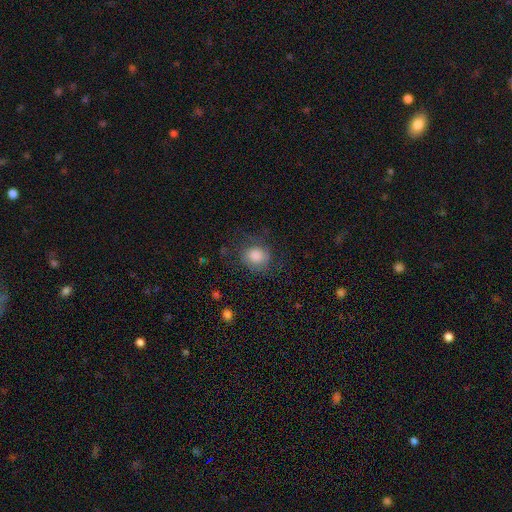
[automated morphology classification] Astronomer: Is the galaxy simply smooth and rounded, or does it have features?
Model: smooth — 70%.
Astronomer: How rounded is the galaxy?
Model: round — 73%.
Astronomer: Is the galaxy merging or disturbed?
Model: none — 67%.